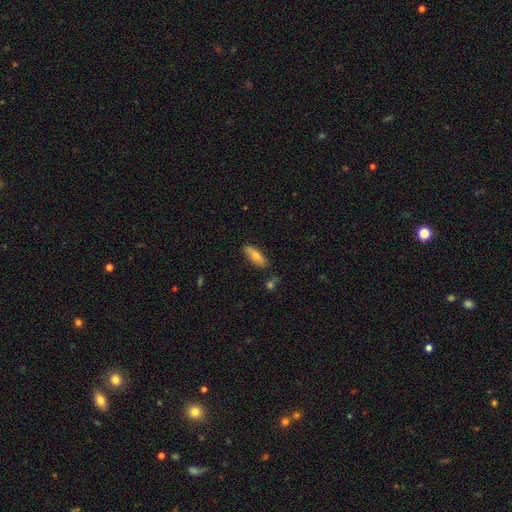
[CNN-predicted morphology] A smooth galaxy with no disk features (63%) that is cigar-shaped (52%).

Vote fractions:
- Smooth or featured? smooth: 63% / featured or disk: 29% / star or artifact: 8%
- How rounded? cigar-shaped: 52% / in between: 46% / round: 3%
- Merging? none: 78% / minor disturbance: 16% / merger: 3% / major disturbance: 3%